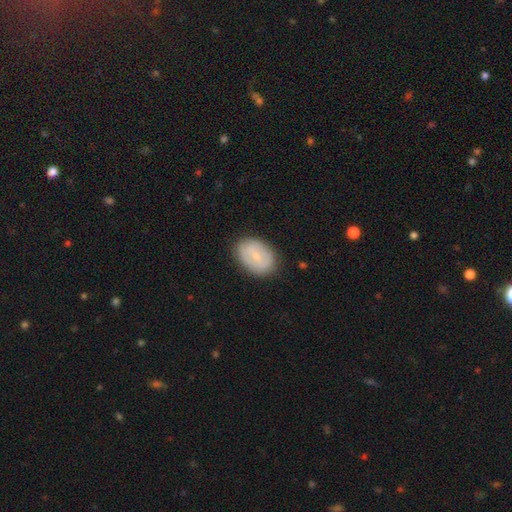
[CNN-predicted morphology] A smooth galaxy with no disk features (59%) that is in between round and cigar-shaped (77%). Merging: none (83%).